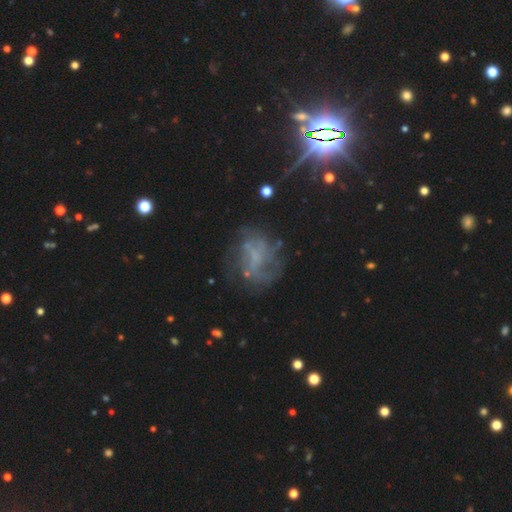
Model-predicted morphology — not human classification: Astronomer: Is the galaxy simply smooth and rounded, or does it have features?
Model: featured or disk — 58%.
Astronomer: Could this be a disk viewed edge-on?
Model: no — 96%.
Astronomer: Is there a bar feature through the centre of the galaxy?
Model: no — 65%.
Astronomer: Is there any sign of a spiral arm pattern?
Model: yes — 55% (runner-up: no, 45%).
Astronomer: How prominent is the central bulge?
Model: none — 63%.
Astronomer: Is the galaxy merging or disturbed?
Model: none — 56%.